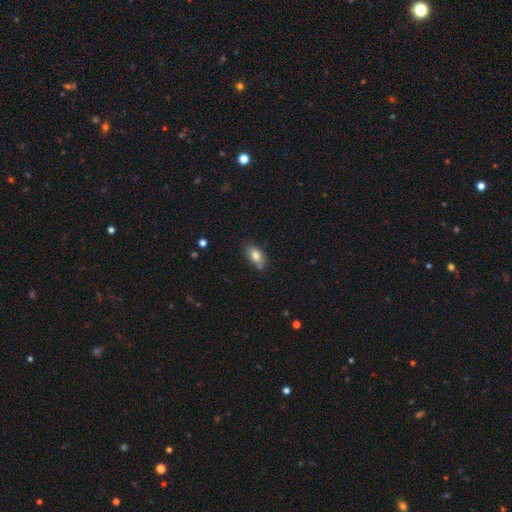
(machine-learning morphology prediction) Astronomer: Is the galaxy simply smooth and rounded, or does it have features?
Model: smooth — 80%.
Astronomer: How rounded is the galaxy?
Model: in between — 88%.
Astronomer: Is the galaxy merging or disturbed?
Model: none — 72%.